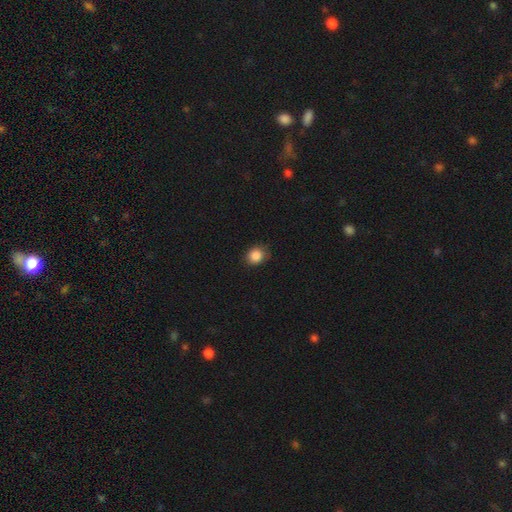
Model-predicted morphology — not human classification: The model was most divided on "how rounded": round: 72%, in between: 27%, cigar-shaped: 1%. More confident: smooth or featured — smooth (87%); merging — none (79%).